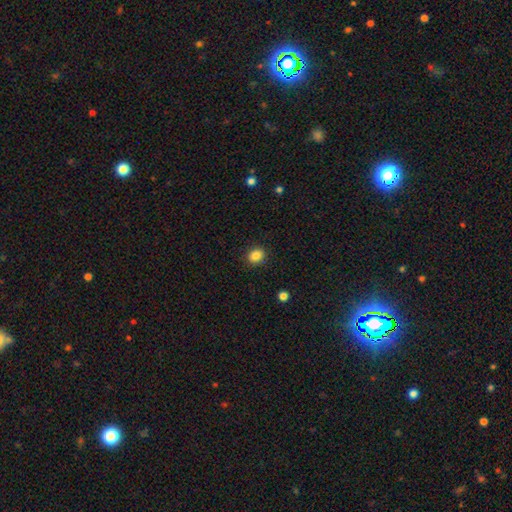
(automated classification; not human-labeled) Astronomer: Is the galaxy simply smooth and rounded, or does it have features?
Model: smooth — 85%.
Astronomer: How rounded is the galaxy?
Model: round — 74%.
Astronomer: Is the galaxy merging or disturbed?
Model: none — 90%.